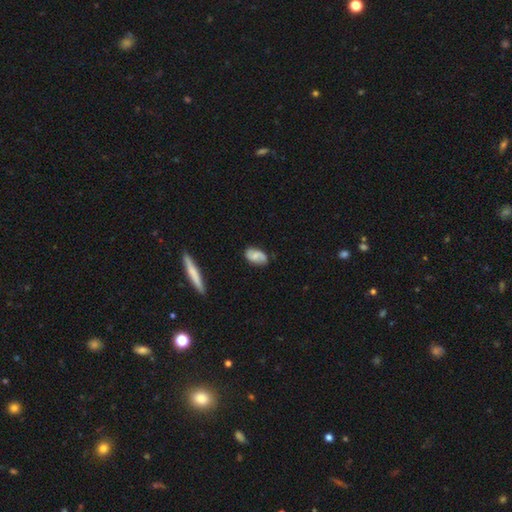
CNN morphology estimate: type=smooth (48%); merging=none (77%).